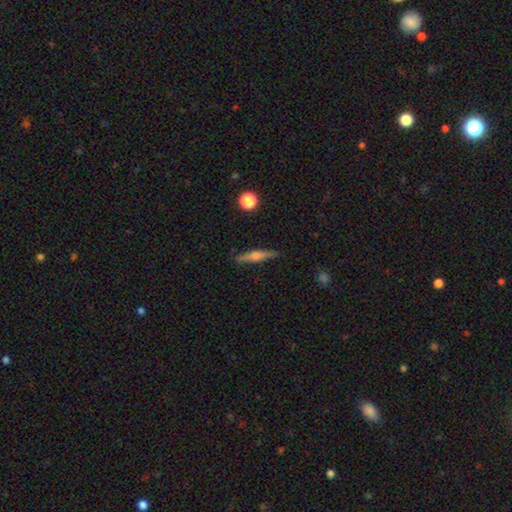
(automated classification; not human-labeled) Smooth or featured: featured or disk — 60% (smooth — 33%)
Edge-on disk: yes — 97% (no — 3%)
Edge-on bulge: rounded — 75% (boxy — 16%)
Merging: none — 88% (minor disturbance — 9%)